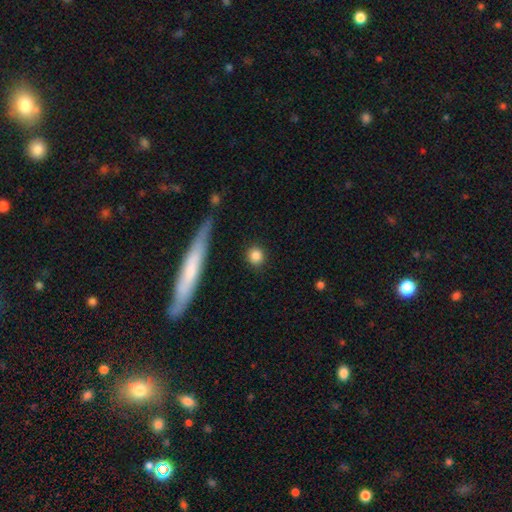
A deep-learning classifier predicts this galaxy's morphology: smooth 85%, star or artifact 8%, featured or disk 6%. Down the decision tree: how rounded — round (88%); merging — none (88%).